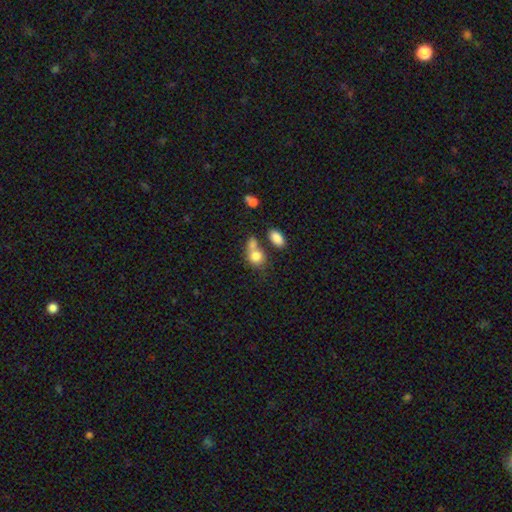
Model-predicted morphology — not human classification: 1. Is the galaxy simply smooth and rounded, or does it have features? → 80% smooth, 11% featured or disk, 9% star or artifact.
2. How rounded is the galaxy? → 52% in between, 46% round, 2% cigar-shaped.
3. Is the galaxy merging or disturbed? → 48% merger, 34% none, 11% minor disturbance, 7% major disturbance.